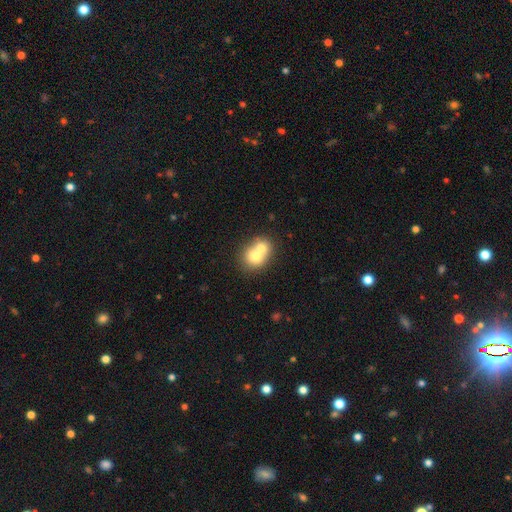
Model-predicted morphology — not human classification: Smooth or featured: smooth — 68% (featured or disk — 23%)
How rounded: round — 69% (in between — 30%)
Merging: merger — 69% (none — 23%)